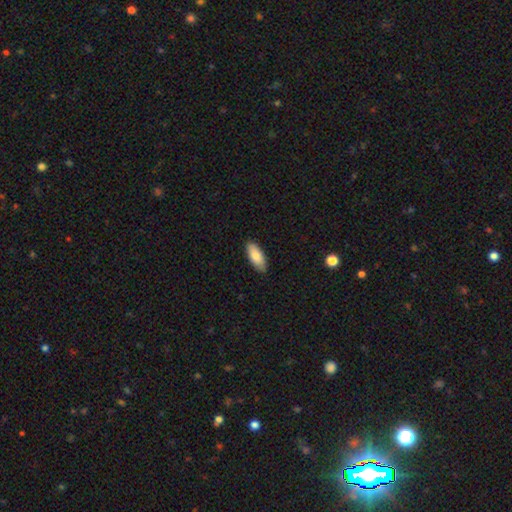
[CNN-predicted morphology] type=smooth (84%); roundness=in between (83%); merging=none (88%).